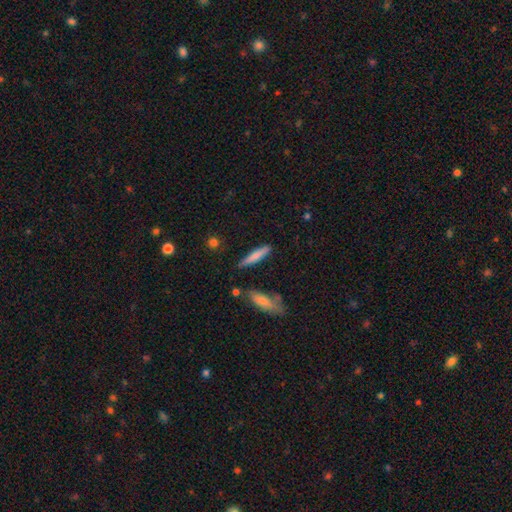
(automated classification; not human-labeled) The model was most divided on "smooth or featured": smooth: 74%, featured or disk: 20%, star or artifact: 6%. More confident: how rounded — cigar-shaped (86%); merging — none (81%).